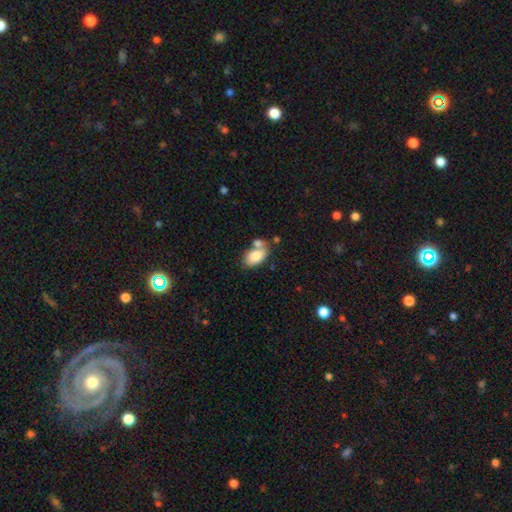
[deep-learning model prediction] The model was most divided on "merging": none: 45%, merger: 35%, minor disturbance: 15%, major disturbance: 5%. More confident: how rounded — in between (92%); smooth or featured — smooth (81%).